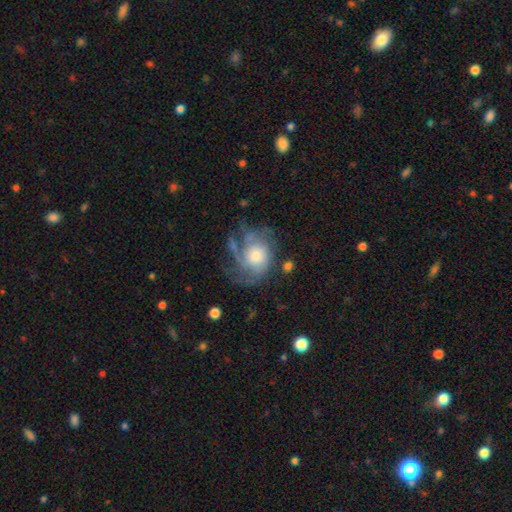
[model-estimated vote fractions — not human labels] The model was most divided on "spiral winding": tight: 42%, medium: 39%, loose: 20%. Remaining: edge-on disk — no (98%); spiral arms — yes (86%); bar — no (80%); smooth or featured — featured or disk (70%); merging — none (51%); bulge size — moderate (51%); spiral arm count — can't tell (38%).